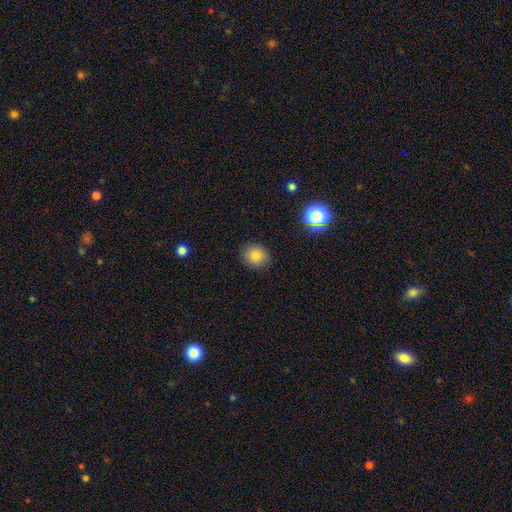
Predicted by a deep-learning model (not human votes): Smooth or featured: smooth — 81% (star or artifact — 12%)
How rounded: round — 80% (in between — 19%)
Merging: none — 89% (minor disturbance — 8%)